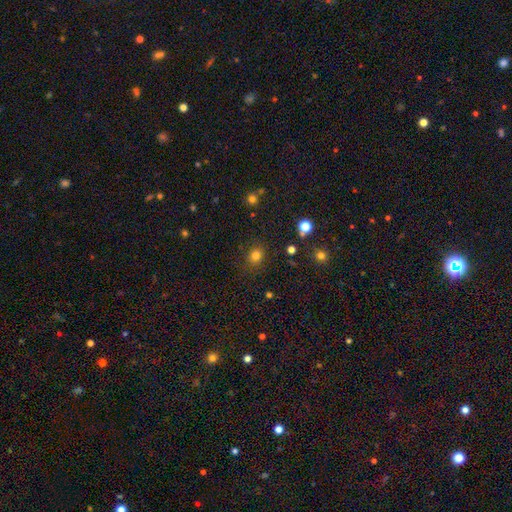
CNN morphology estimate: The model was most divided on "how rounded": round: 67%, in between: 32%, cigar-shaped: 1%. More confident: merging — none (85%); smooth or featured — smooth (79%).